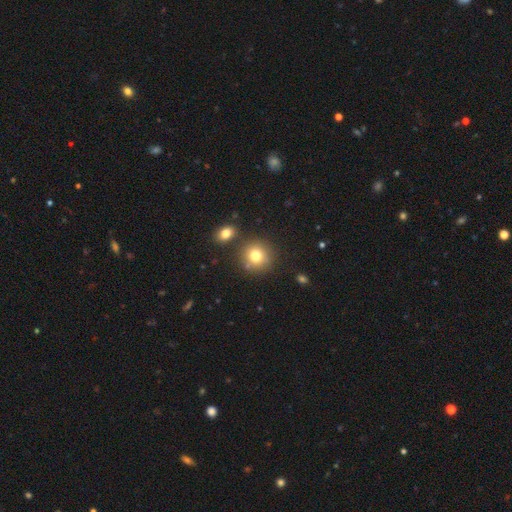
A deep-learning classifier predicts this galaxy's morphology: This is likely a smooth galaxy (77%). How rounded: clearly round (90%). Merging: likely none (77%).